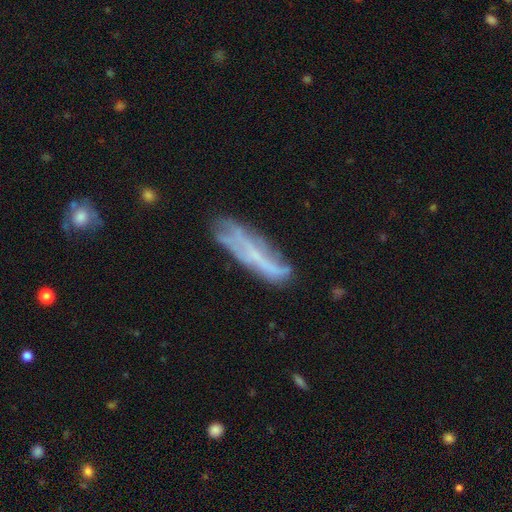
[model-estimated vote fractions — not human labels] This appears to be a featured or disk galaxy (53%). Merging: none (62%).